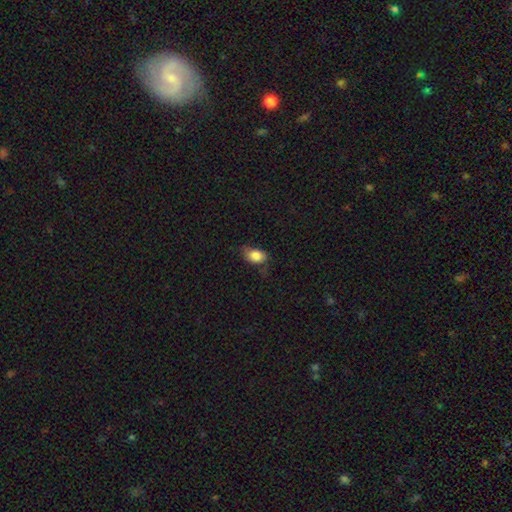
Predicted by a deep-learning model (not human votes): smooth 83%, star or artifact 9%, featured or disk 8%. Down the decision tree: how rounded — in between (80%); merging — none (61%).